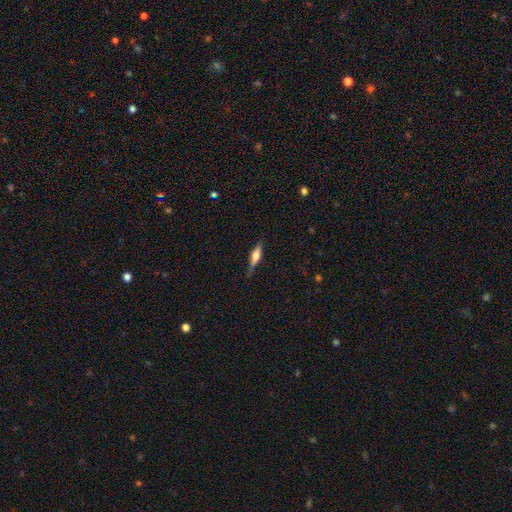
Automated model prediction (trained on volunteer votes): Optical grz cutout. It shows a featured or disk galaxy (60%) viewed edge-on (96%) with a rounded central bulge (84%). Merging: none (82%).